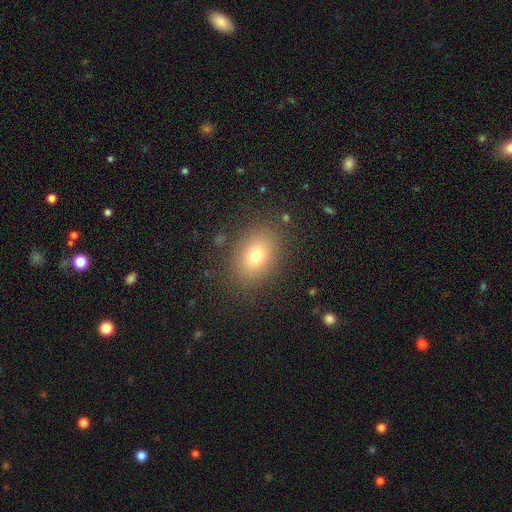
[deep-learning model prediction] Morphology: type=smooth (74%); roundness=in between (73%); merging=none (85%).